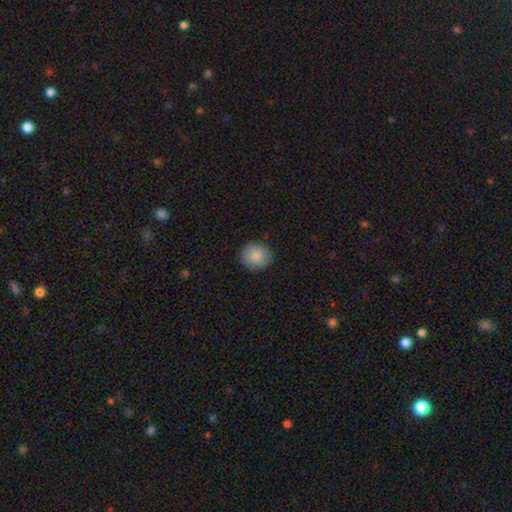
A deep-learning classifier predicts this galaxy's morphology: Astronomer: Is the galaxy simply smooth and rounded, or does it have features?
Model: smooth — 85%.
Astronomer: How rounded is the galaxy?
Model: round — 83%.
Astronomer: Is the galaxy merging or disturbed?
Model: none — 87%.